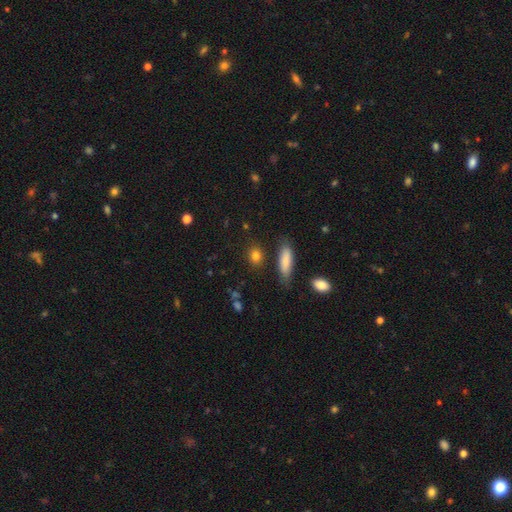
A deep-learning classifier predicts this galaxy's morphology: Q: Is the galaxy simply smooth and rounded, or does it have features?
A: smooth — 83%.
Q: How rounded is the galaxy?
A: round — 47%.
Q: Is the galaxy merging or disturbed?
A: none — 82%.